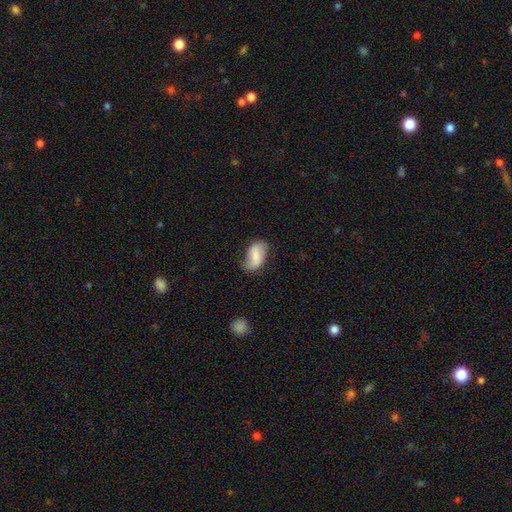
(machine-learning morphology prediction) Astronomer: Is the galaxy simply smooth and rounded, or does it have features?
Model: smooth — 56% (runner-up: featured or disk, 36%).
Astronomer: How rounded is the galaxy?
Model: in between — 92%.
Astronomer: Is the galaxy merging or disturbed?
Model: none — 59%.